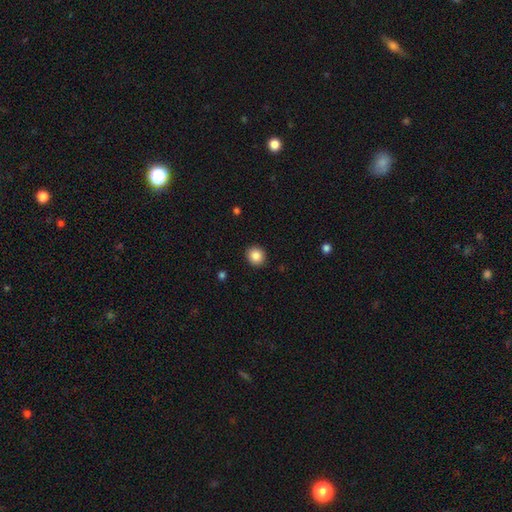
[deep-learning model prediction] Morphology: type=smooth (86%); roundness=round (88%); merging=none (92%).